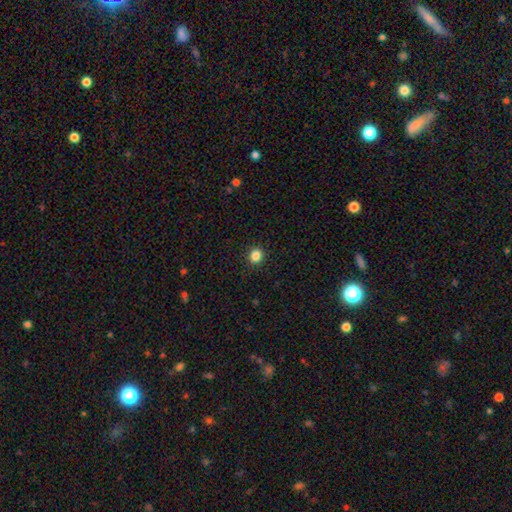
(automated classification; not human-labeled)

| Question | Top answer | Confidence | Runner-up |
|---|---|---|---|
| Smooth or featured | smooth | 84% | star or artifact (12%) |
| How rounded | round | 88% | in between (11%) |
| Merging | none | 92% | minor disturbance (5%) |